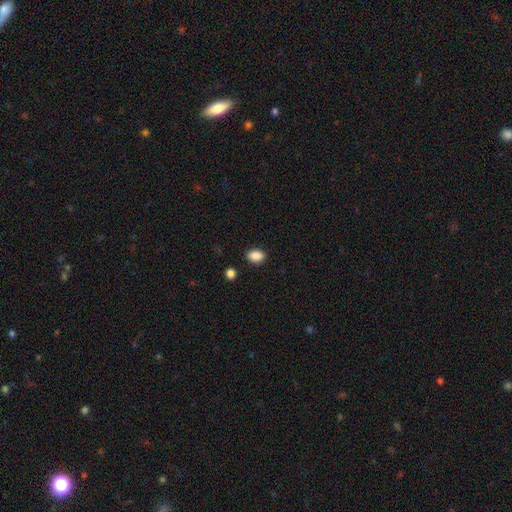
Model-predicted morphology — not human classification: Smooth or featured: smooth — 88% (star or artifact — 9%)
How rounded: in between — 75% (round — 24%)
Merging: none — 88% (minor disturbance — 8%)